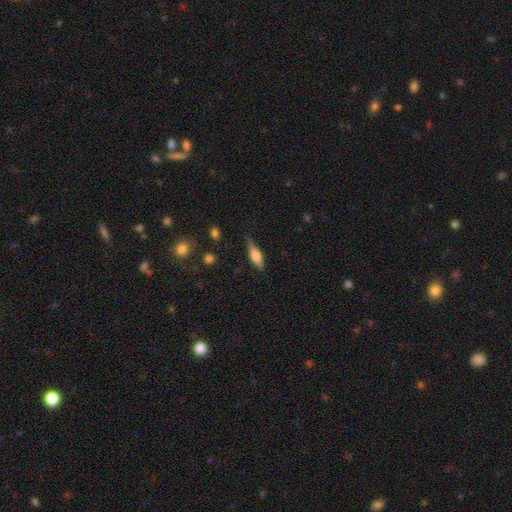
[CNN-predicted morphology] A smooth galaxy with no disk features (53%) that is cigar-shaped (60%). Merging: none (78%).